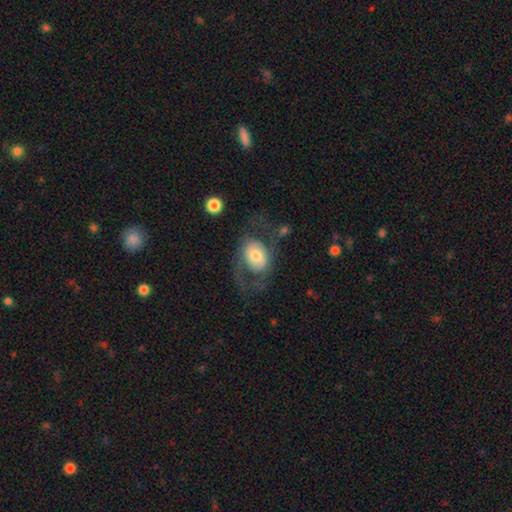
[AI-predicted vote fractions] featured or disk 48%, smooth 46%, star or artifact 6%. Down the decision tree: merging — none (48%).